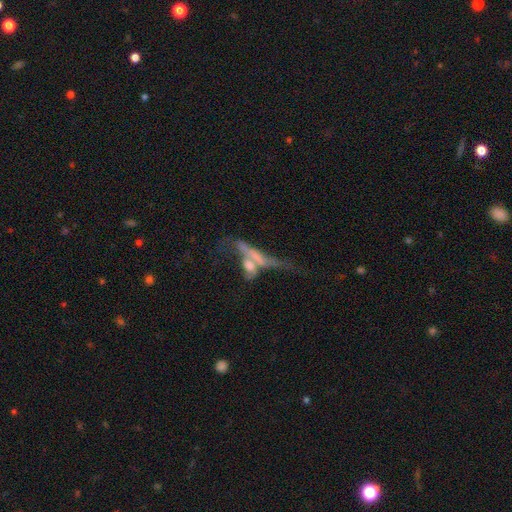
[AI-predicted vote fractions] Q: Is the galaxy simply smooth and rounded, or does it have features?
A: featured or disk — 54%.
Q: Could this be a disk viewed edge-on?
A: yes — 54%.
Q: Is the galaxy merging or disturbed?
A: merger — 52%.